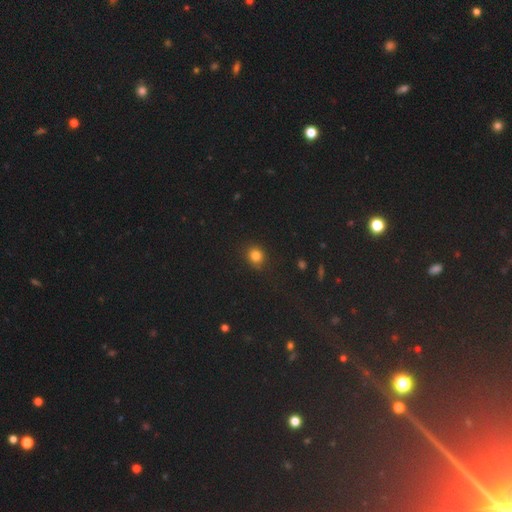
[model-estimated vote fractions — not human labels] Smooth or featured?
  - smooth: 81% *
  - star or artifact: 14%
  - featured or disk: 5%
How rounded?
  - round: 80% *
  - in between: 19%
  - cigar-shaped: 1%
Merging?
  - none: 88% *
  - minor disturbance: 8%
  - major disturbance: 3%
  - merger: 1%